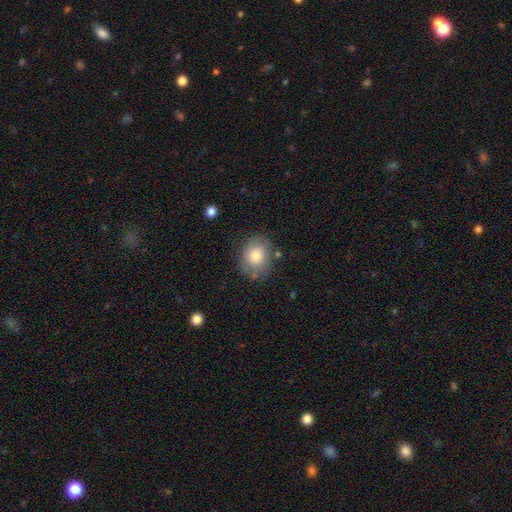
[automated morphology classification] A smooth galaxy with no disk features (76%) that is round (56%).

Vote fractions:
- Smooth or featured? smooth: 76% / featured or disk: 16% / star or artifact: 8%
- How rounded? round: 56% / in between: 43% / cigar-shaped: 1%
- Merging? none: 72% / minor disturbance: 19% / major disturbance: 6% / merger: 3%